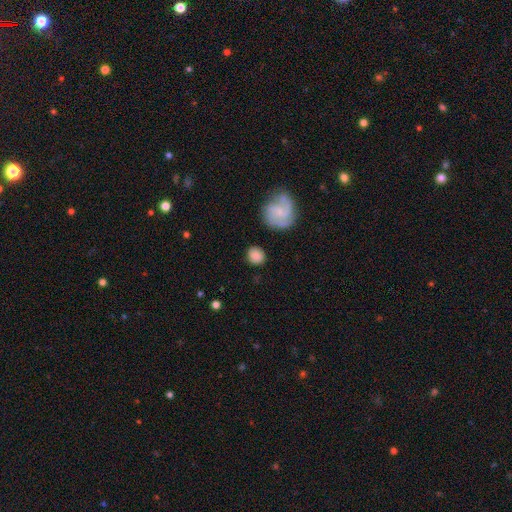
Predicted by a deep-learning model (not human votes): A smooth galaxy with no disk features (73%) that is round (82%).

Vote fractions:
- Smooth or featured? smooth: 73% / featured or disk: 20% / star or artifact: 8%
- How rounded? round: 82% / in between: 16% / cigar-shaped: 1%
- Merging? none: 82% / minor disturbance: 11% / major disturbance: 4% / merger: 3%